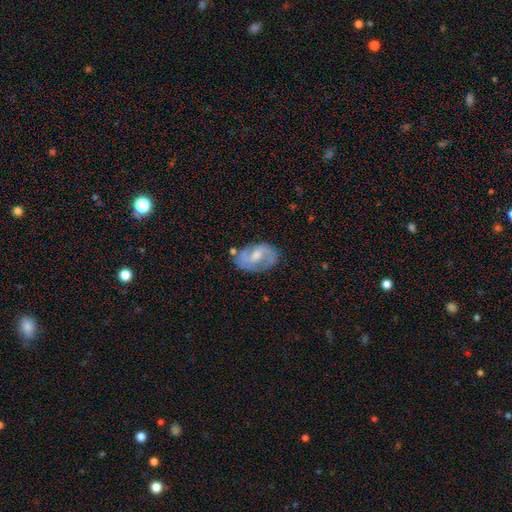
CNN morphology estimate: A featured or disk galaxy (76%) with a weak bar (50%), 2 (78%) medium (49%) spiral arms (91%) and a moderate central bulge (53%). Merging: none (68%).